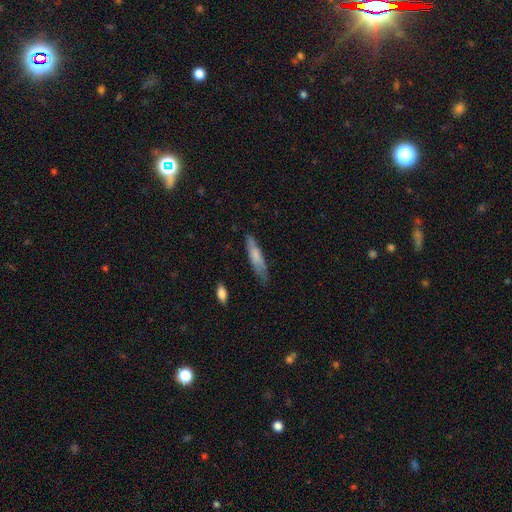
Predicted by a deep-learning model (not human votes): The model was most divided on "smooth or featured": smooth: 68%, featured or disk: 25%, star or artifact: 6%. More confident: how rounded — cigar-shaped (81%); merging — none (70%).